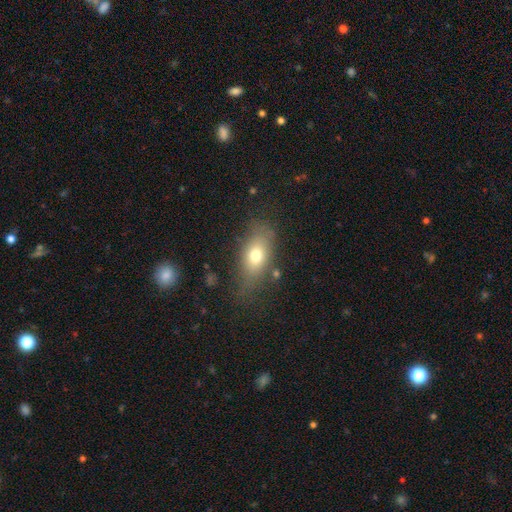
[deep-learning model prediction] smooth_or_featured: smooth (p=0.71) [alt: featured or disk p=0.19]
how_rounded: in between (p=0.81) [alt: round p=0.10]
merging: none (p=0.69) [alt: minor disturbance p=0.19]